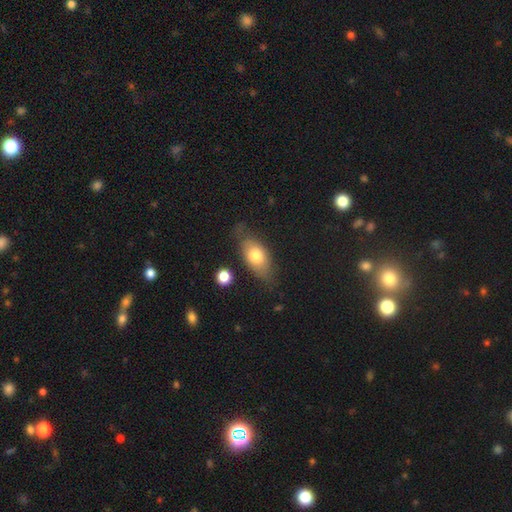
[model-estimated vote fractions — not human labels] Smooth or featured?
  - smooth: 72% *
  - featured or disk: 20%
  - star or artifact: 7%
How rounded?
  - in between: 84% *
  - round: 8%
  - cigar-shaped: 7%
Merging?
  - none: 65% *
  - minor disturbance: 24%
  - major disturbance: 8%
  - merger: 3%